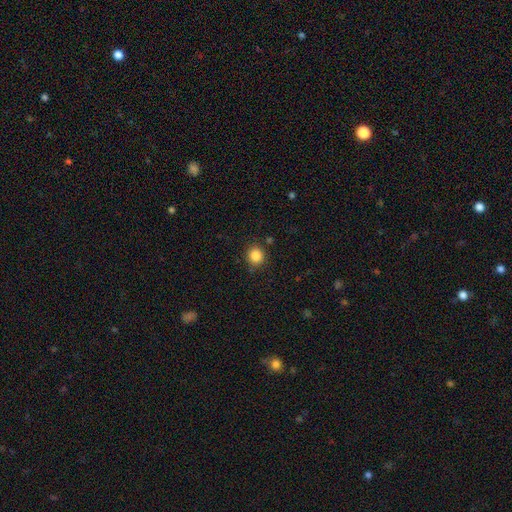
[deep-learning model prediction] smooth 85%, star or artifact 11%, featured or disk 4%. Down the decision tree: how rounded — round (88%); merging — none (86%).